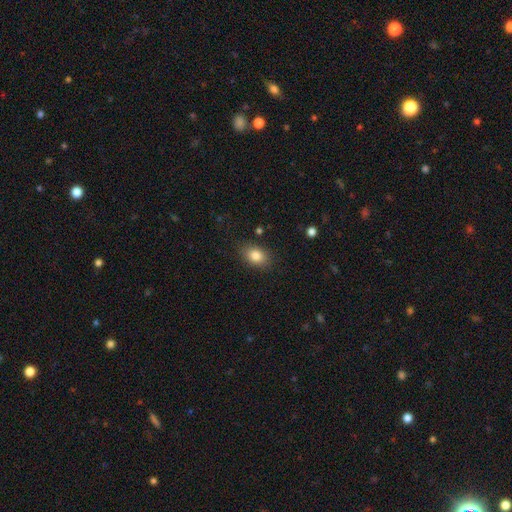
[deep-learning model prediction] Smooth or featured?
  - smooth: 84% *
  - star or artifact: 9%
  - featured or disk: 8%
How rounded?
  - in between: 79% *
  - round: 19%
  - cigar-shaped: 1%
Merging?
  - none: 84% *
  - minor disturbance: 12%
  - major disturbance: 3%
  - merger: 1%